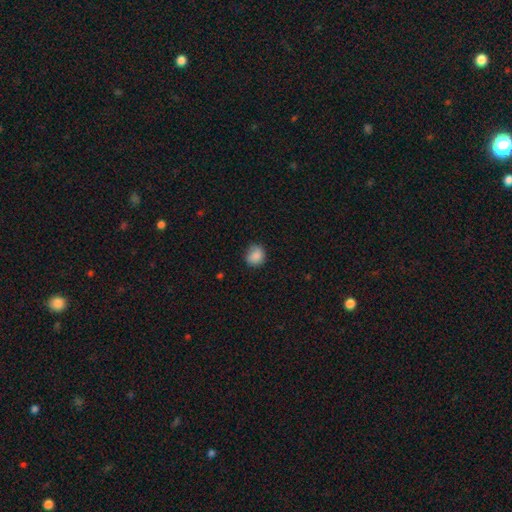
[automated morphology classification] The model was most divided on "merging": none: 73%, minor disturbance: 21%, major disturbance: 4%, merger: 1%. More confident: smooth or featured — smooth (86%); how rounded — round (77%).